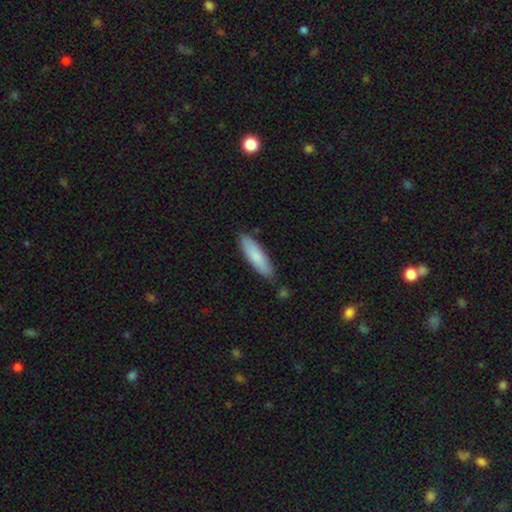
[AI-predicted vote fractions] The model was most divided on "how rounded": cigar-shaped: 65%, in between: 34%, round: 1%. More confident: smooth or featured — smooth (82%); merging — none (81%).